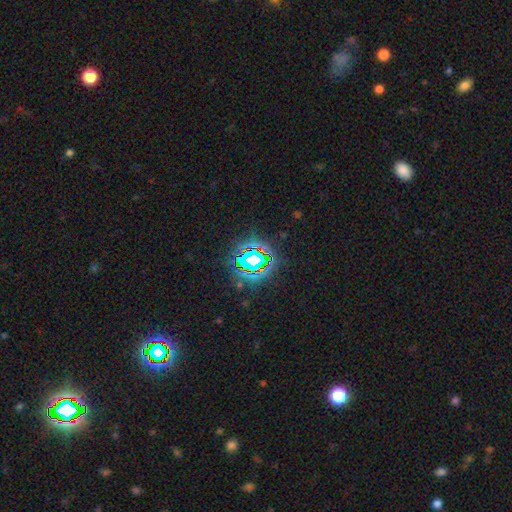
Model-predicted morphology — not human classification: Overall: star or artifact (75%).